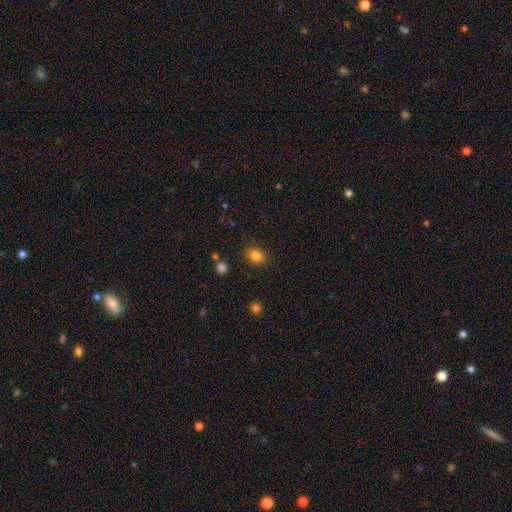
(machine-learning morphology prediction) smooth_or_featured: smooth (p=0.83) [alt: star or artifact p=0.12]
how_rounded: round (p=0.64) [alt: in between p=0.35]
merging: none (p=0.87) [alt: minor disturbance p=0.09]